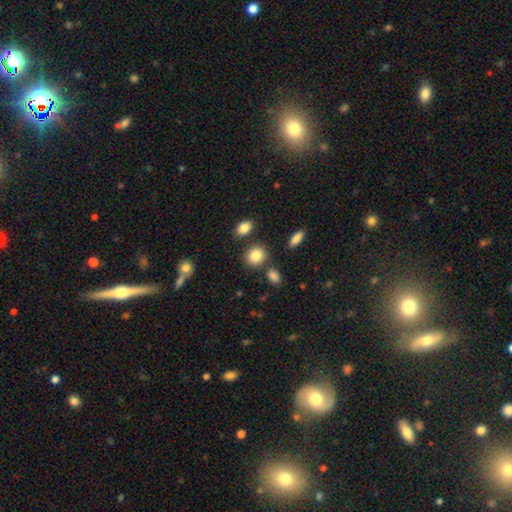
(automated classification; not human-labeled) Q: Smooth or featured?
A: smooth (85%); runner-up: star or artifact (9%)
Q: How rounded?
A: round (74%); runner-up: in between (25%)
Q: Merging?
A: none (80%); runner-up: minor disturbance (10%)